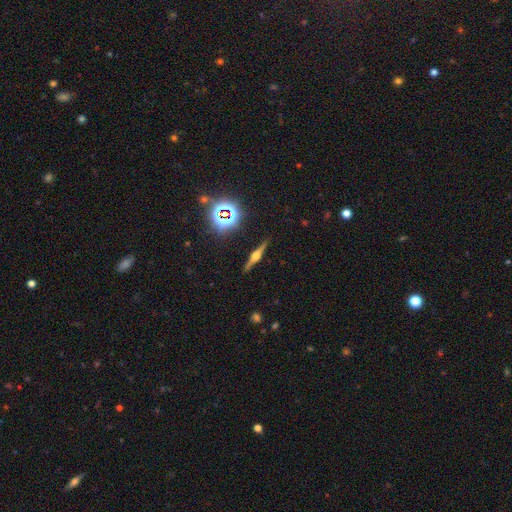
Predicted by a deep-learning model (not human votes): This is likely a featured or disk galaxy (72%). It is clearly viewed edge-on (97%). Edge-on bulge: clearly rounded (89%). Merging: clearly none (89%).